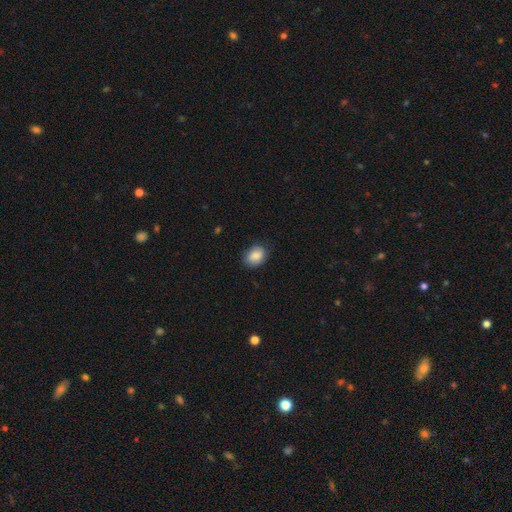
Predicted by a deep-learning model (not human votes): Smooth or featured: smooth — 86% (star or artifact — 7%)
How rounded: in between — 67% (round — 32%)
Merging: none — 80% (minor disturbance — 16%)